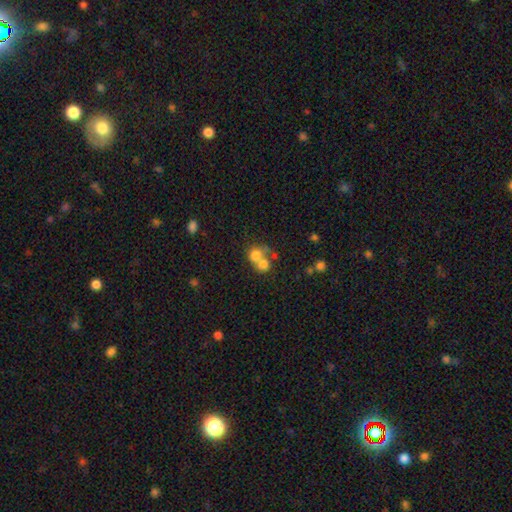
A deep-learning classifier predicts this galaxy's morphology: The model was most divided on "merging": merger: 65%, none: 25%, minor disturbance: 6%, major disturbance: 4%. More confident: smooth or featured — smooth (71%); how rounded — round (70%).